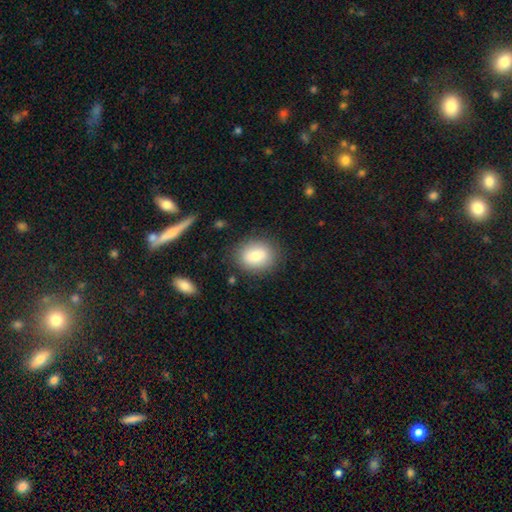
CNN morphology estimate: A smooth galaxy with no disk features (79%) that is round (57%). Merging: none (84%).